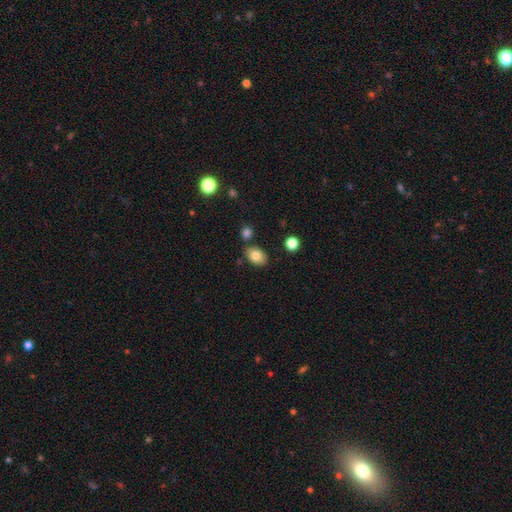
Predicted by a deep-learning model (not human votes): Smooth or featured? smooth (79%)
How rounded? in between (79%)
Merging? none (77%)